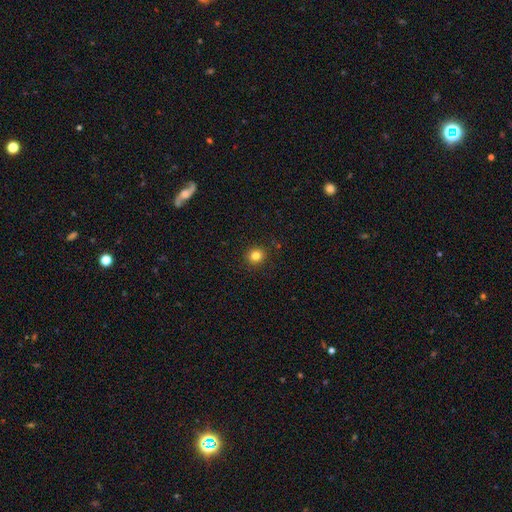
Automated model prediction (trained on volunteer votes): Smooth or featured: smooth — 82% (star or artifact — 12%)
How rounded: round — 90% (in between — 9%)
Merging: none — 91% (minor disturbance — 6%)